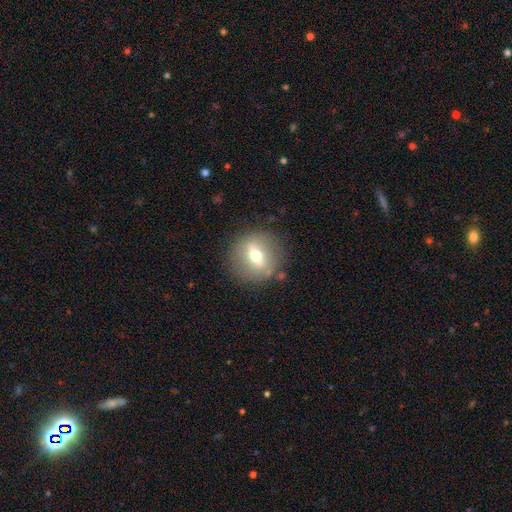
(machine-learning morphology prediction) A featured or disk galaxy (48%).

Vote fractions:
- Smooth or featured? featured or disk: 48% / smooth: 43% / star or artifact: 9%
- Merging? none: 85% / minor disturbance: 9% / major disturbance: 4% / merger: 2%